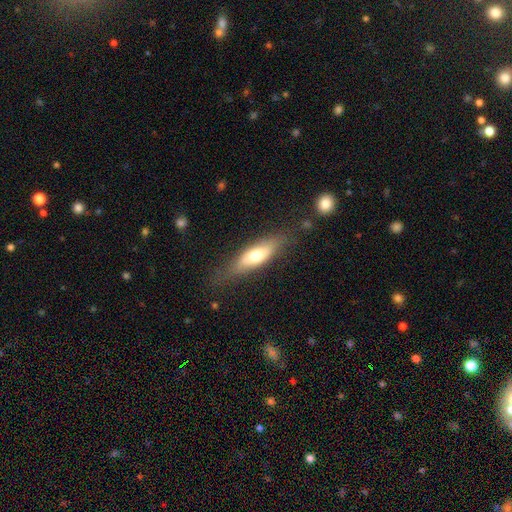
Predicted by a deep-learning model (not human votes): This appears to be a smooth galaxy with no disk features (63%) that is cigar-shaped (49%, tied with in between). Merging: none (73%).